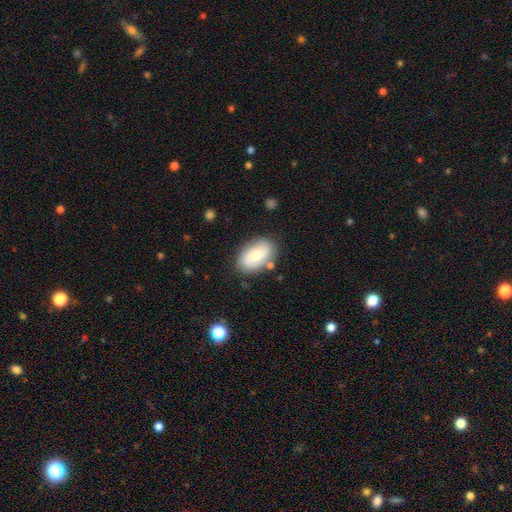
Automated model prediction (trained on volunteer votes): Morphology: type=smooth (66%); roundness=in between (91%); merging=none (76%).